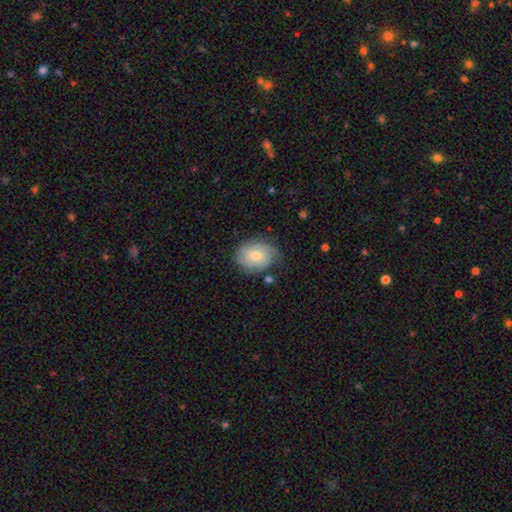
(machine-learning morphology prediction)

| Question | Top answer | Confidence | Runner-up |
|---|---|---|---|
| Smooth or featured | smooth | 60% | featured or disk (33%) |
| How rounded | in between | 54% | round (45%) |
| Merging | none | 61% | minor disturbance (28%) |